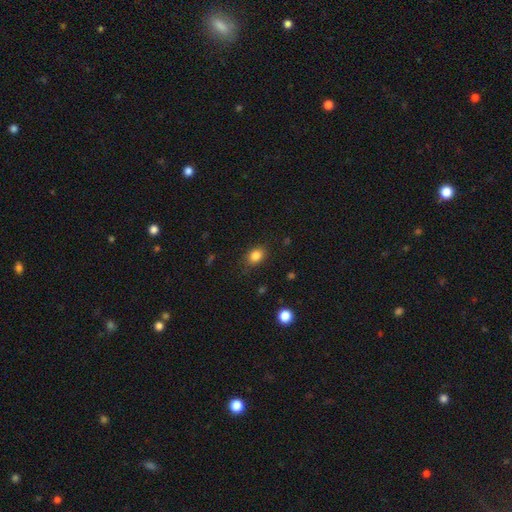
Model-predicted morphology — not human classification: Smooth or featured: smooth — 84% (star or artifact — 10%)
How rounded: in between — 61% (round — 38%)
Merging: none — 82% (minor disturbance — 13%)